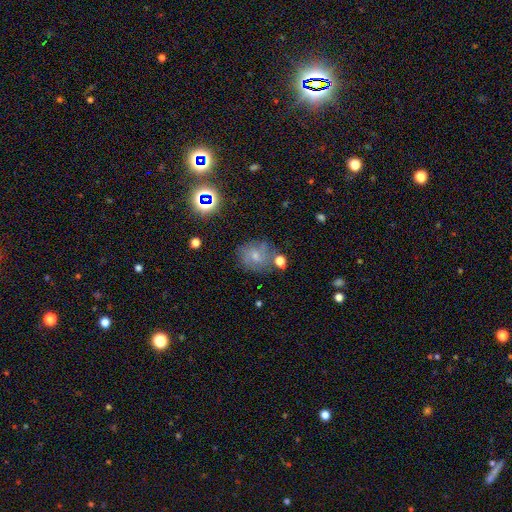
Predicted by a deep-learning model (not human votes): smooth 48%, featured or disk 35%, star or artifact 16%. Down the decision tree: merging — none (64%).